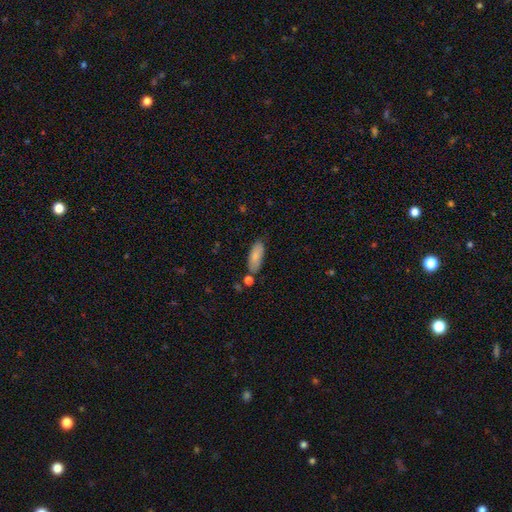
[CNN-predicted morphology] This appears to be a smooth galaxy with no disk features (85%) that is in between round and cigar-shaped (73%). Merging: none (71%).